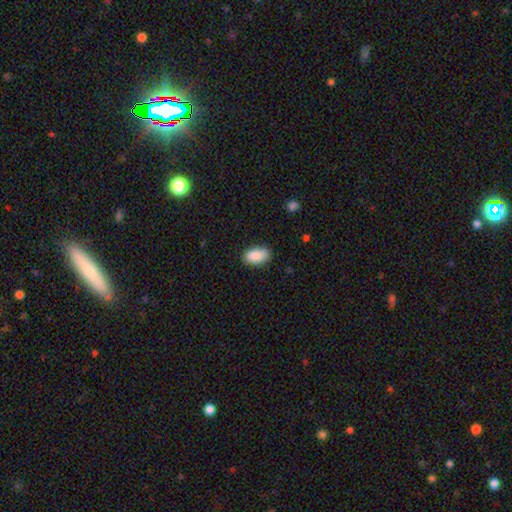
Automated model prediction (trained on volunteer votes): Smooth or featured: smooth — 89% (star or artifact — 7%)
How rounded: in between — 94% (round — 4%)
Merging: none — 82% (minor disturbance — 15%)